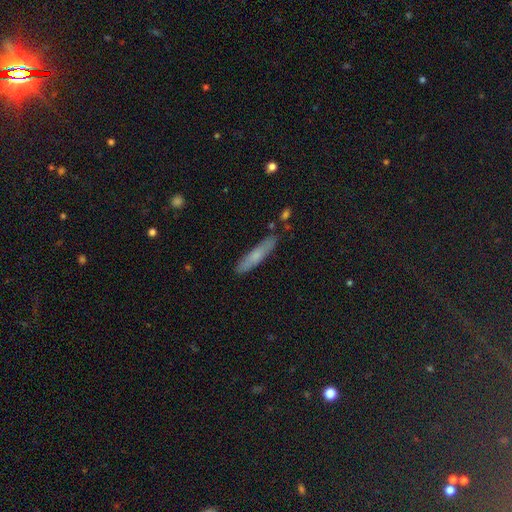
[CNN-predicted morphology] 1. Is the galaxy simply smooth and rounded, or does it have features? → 65% smooth, 28% featured or disk, 7% star or artifact.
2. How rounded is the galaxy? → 88% cigar-shaped, 11% in between, 2% round.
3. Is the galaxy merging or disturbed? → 84% none, 11% minor disturbance, 2% merger, 2% major disturbance.